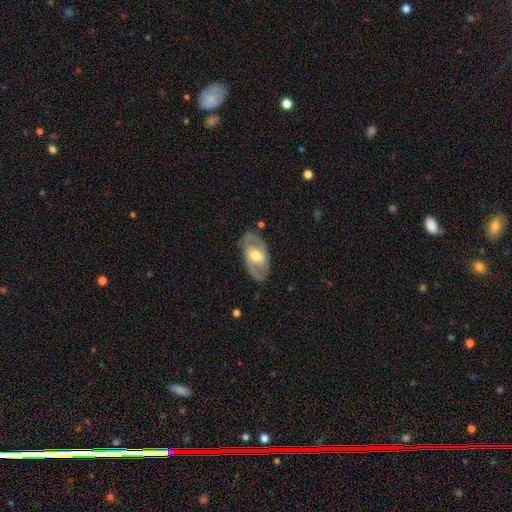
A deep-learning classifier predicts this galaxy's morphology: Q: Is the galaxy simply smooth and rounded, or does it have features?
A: featured or disk — 78%.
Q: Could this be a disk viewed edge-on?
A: no — 93%.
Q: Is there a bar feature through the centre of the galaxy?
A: weak — 39%.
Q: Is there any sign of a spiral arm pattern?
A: yes — 78%.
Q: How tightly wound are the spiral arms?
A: medium — 49%.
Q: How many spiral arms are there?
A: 2 — 84%.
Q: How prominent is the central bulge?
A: moderate — 66%.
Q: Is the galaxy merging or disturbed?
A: none — 79%.